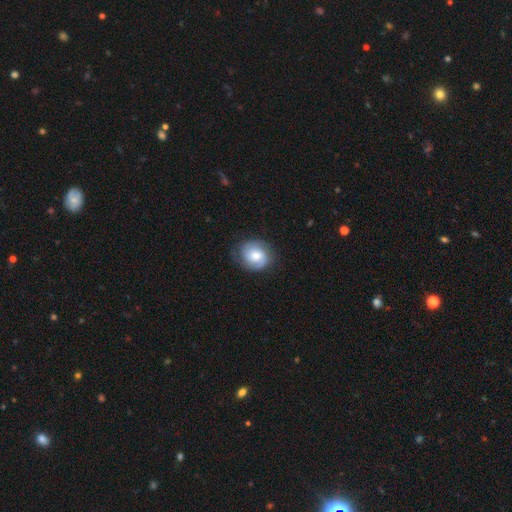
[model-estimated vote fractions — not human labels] This is possibly a featured or disk galaxy (56%). It is clearly not viewed edge-on (97%). Bar: likely no (66%). Spiral arm pattern: clearly yes (88%). Central bulge: likely moderate (60%). Merging: likely none (74%).